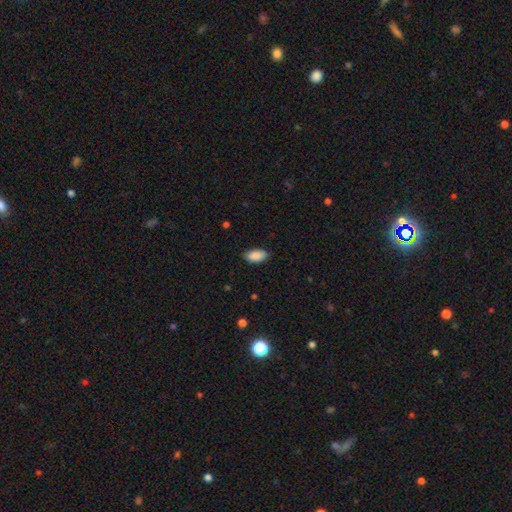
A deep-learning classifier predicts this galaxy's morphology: type=smooth (89%); roundness=in between (93%); merging=none (85%).